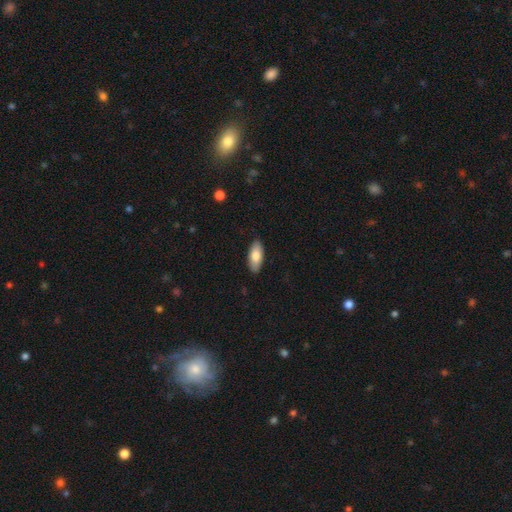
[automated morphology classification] smooth 80%, featured or disk 15%, star or artifact 6%. Down the decision tree: how rounded — in between (87%); merging — none (89%).